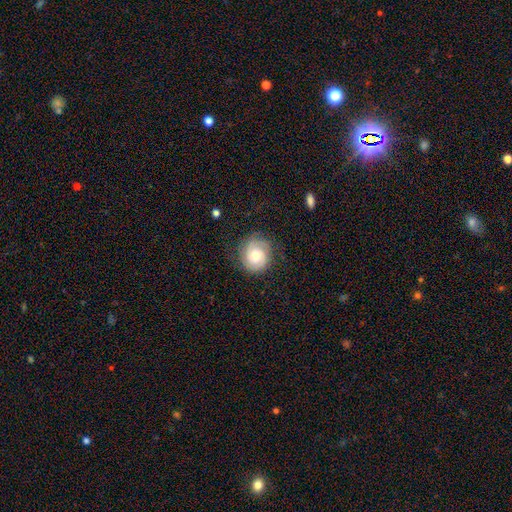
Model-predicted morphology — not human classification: This appears to be a featured or disk galaxy (56%) with no bar (74%), spiral arms (90%) and a moderate central bulge (58%). Merging: none (74%).